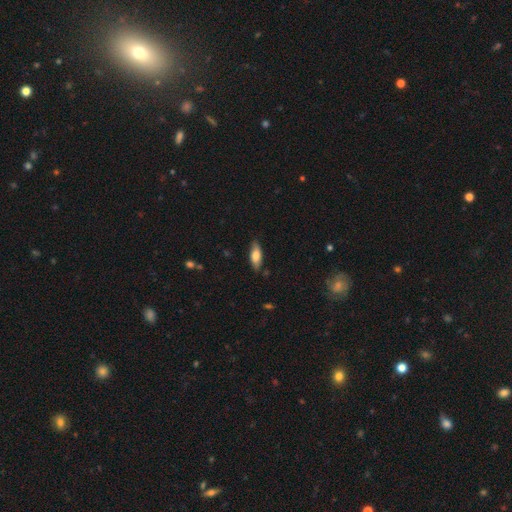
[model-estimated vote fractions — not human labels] This is likely a smooth galaxy (75%). How rounded: likely in between (73%). Merging: clearly none (81%).